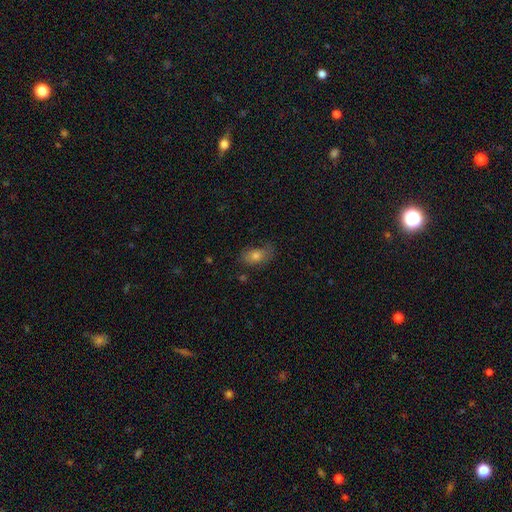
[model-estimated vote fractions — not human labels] A smooth galaxy with no disk features (72%) that is in between round and cigar-shaped (85%). Merging: none (64%).